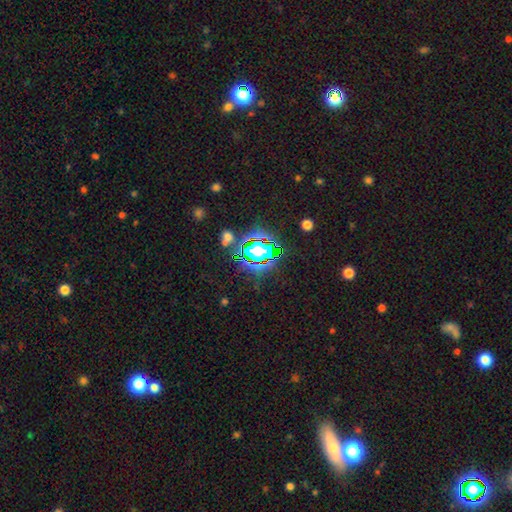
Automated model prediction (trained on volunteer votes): This appears to be a star or artifact, not a galaxy (66%).